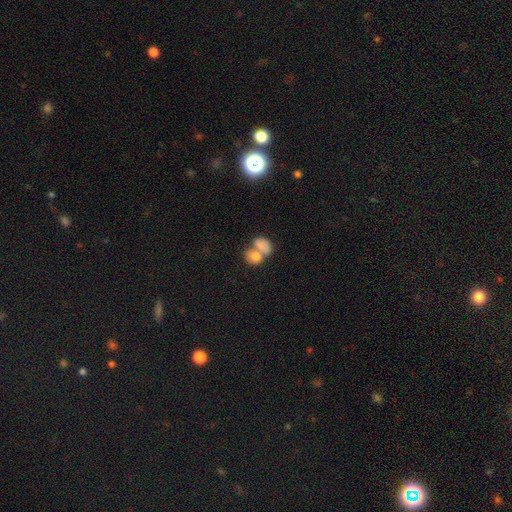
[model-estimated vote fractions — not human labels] Smooth or featured?
  - smooth: 68% *
  - featured or disk: 18%
  - star or artifact: 14%
How rounded?
  - in between: 55% *
  - round: 43%
  - cigar-shaped: 2%
Merging?
  - merger: 63% *
  - none: 24%
  - minor disturbance: 7%
  - major disturbance: 5%